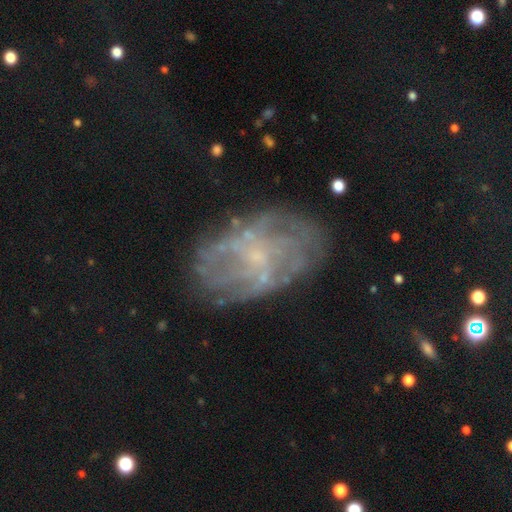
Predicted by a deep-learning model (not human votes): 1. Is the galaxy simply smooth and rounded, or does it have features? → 71% featured or disk, 18% smooth, 11% star or artifact.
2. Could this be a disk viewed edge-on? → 96% no, 4% yes.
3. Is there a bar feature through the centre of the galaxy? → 68% no, 27% weak, 5% strong.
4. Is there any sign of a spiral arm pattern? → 68% yes, 32% no.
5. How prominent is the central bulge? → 64% small, 22% none, 12% moderate, 1% large, 1% dominant.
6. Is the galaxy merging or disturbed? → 69% none, 18% minor disturbance, 11% major disturbance, 3% merger.